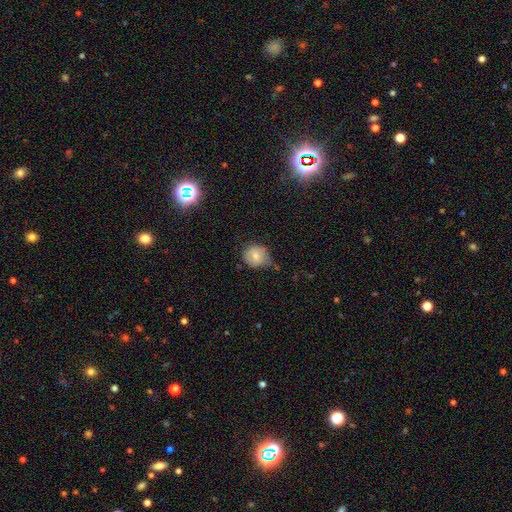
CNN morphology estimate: Smooth or featured: smooth — 74% (featured or disk — 17%)
How rounded: round — 80% (in between — 19%)
Merging: none — 54% (minor disturbance — 35%)